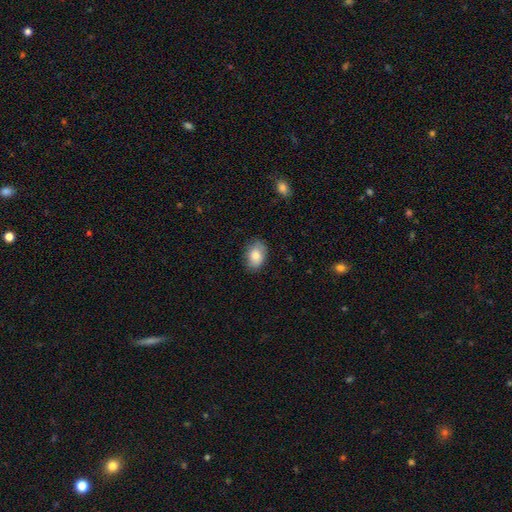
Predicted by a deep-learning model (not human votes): smooth 83%, featured or disk 10%, star or artifact 7%. Down the decision tree: how rounded — in between (85%); merging — none (79%).